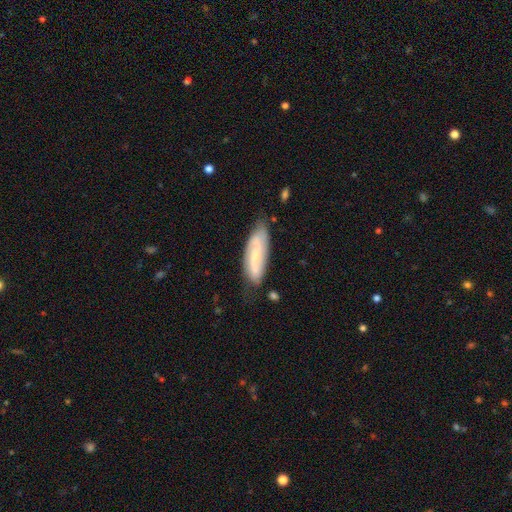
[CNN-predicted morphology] smooth_or_featured: featured or disk (p=0.62) [alt: smooth p=0.31]
disk_edge_on: no (p=0.84) [alt: yes p=0.16]
bar: weak (p=0.41) [alt: no p=0.30]
has_spiral_arms: yes (p=0.88) [alt: no p=0.12]
bulge_size: small (p=0.61) [alt: moderate p=0.23]
merging: none (p=0.71) [alt: minor disturbance p=0.22]